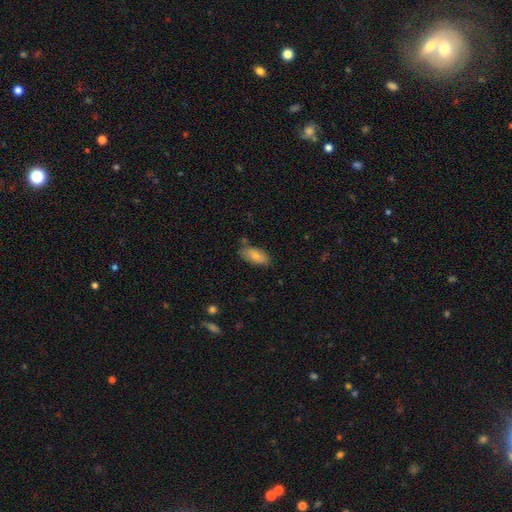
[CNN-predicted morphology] The model was most divided on "merging": none: 73%, minor disturbance: 19%, merger: 4%, major disturbance: 4%. More confident: how rounded — in between (89%); smooth or featured — smooth (84%).